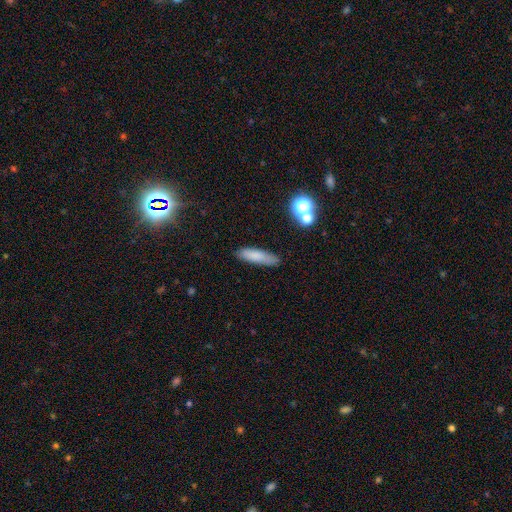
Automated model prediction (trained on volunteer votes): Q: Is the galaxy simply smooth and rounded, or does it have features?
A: smooth — 79%.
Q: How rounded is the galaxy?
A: cigar-shaped — 72%.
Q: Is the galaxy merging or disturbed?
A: none — 84%.